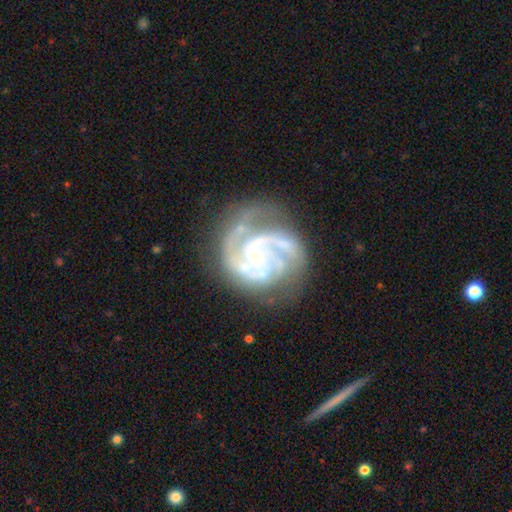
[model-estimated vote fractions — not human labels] smooth-or-featured: featured or disk: 92% | star or artifact: 5% | smooth: 4%
  disk-edge-on: no: 98% | yes: 2%
    bar: no: 67% | weak: 25% | strong: 7%
    has-spiral-arms: yes: 98% | no: 2%
      spiral-winding: tight: 55% | medium: 39% | loose: 5%
      spiral-arm-count: 3: 54% | 2: 18% | 4: 11% | can't tell: 8% | more than 4: 5% | 1: 5%
    bulge-size: small: 68% | moderate: 26% | none: 3% | large: 2% | dominant: 1%
  merging: none: 65% | minor disturbance: 20% | major disturbance: 13% | merger: 3%